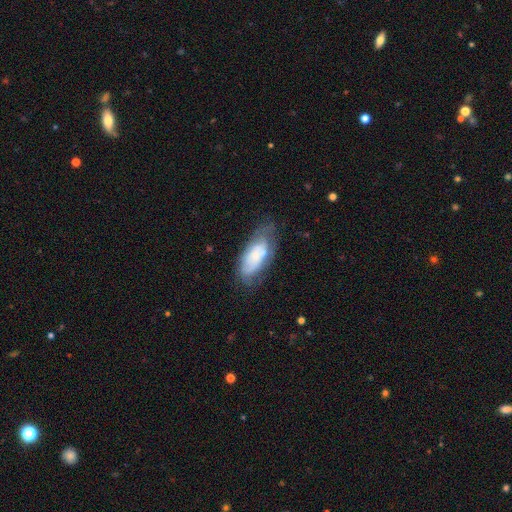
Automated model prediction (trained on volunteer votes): This is possibly a smooth galaxy (49%). Merging: possibly none (51%).